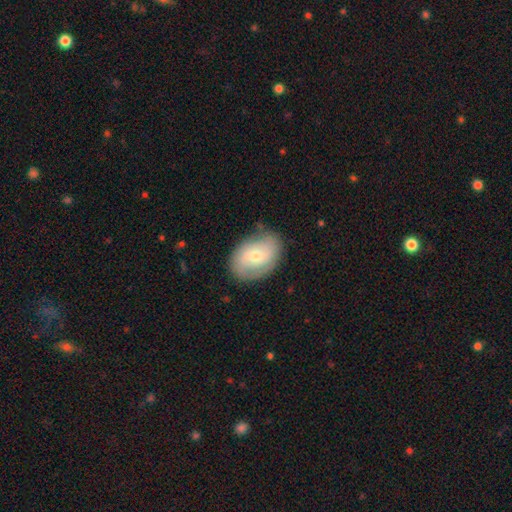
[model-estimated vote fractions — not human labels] smooth_or_featured: featured or disk (p=0.48) [alt: smooth p=0.46]
merging: none (p=0.76) [alt: minor disturbance p=0.18]